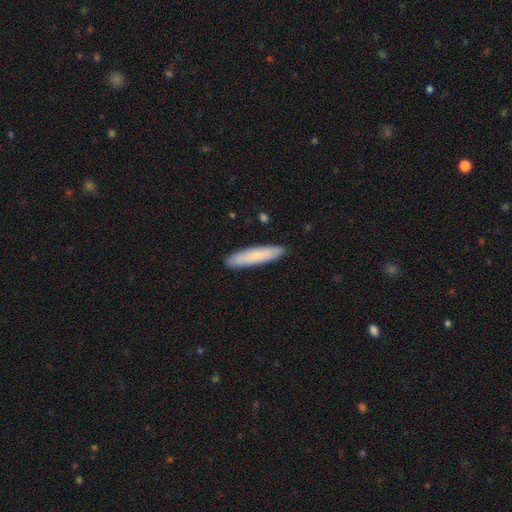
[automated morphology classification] Smooth or featured? Predicted: smooth (p=0.78). How rounded? Predicted: cigar-shaped (p=0.85). Merging? Predicted: none (p=0.90).